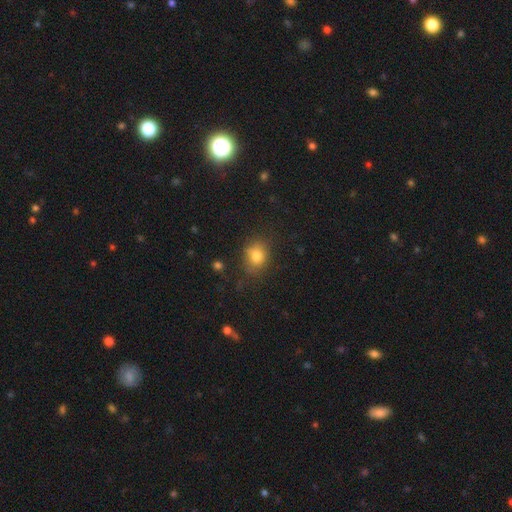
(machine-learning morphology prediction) Smooth or featured?
  - smooth: 80% *
  - star or artifact: 12%
  - featured or disk: 8%
How rounded?
  - round: 58% *
  - in between: 41%
  - cigar-shaped: 1%
Merging?
  - none: 76% *
  - minor disturbance: 17%
  - major disturbance: 5%
  - merger: 2%